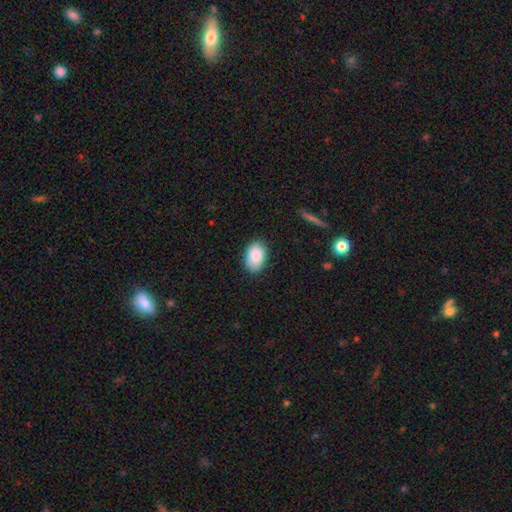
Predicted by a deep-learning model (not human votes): Q: Smooth or featured?
A: smooth (87%); runner-up: star or artifact (7%)
Q: How rounded?
A: in between (88%); runner-up: round (11%)
Q: Merging?
A: none (84%); runner-up: minor disturbance (12%)